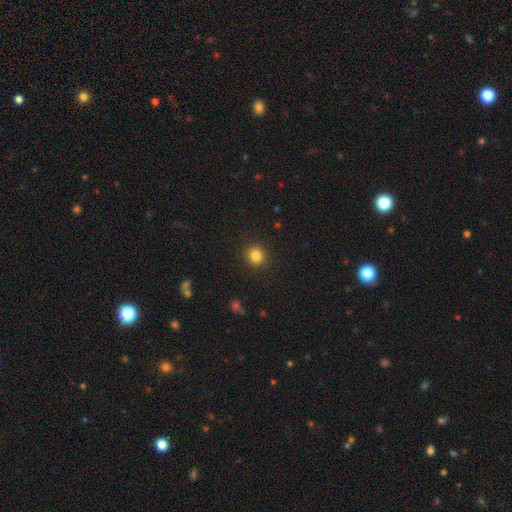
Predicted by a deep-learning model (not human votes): Smooth or featured?
  - smooth: 84% *
  - star or artifact: 11%
  - featured or disk: 5%
How rounded?
  - round: 88% *
  - in between: 11%
  - cigar-shaped: 1%
Merging?
  - none: 91% *
  - minor disturbance: 6%
  - major disturbance: 2%
  - merger: 1%